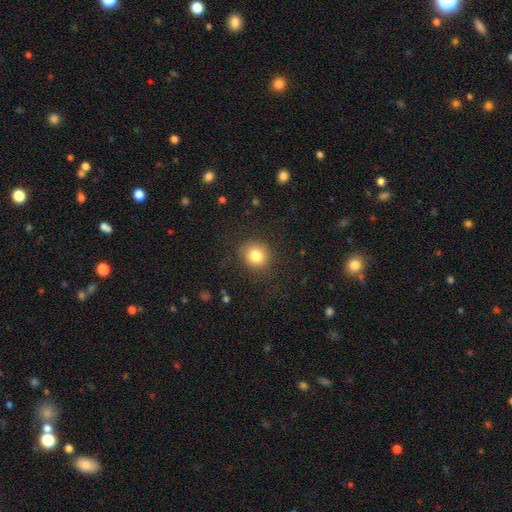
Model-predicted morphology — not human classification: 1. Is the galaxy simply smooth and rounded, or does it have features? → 82% smooth, 10% star or artifact, 8% featured or disk.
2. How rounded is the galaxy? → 83% round, 16% in between, 1% cigar-shaped.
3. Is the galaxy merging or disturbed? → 86% none, 9% minor disturbance, 4% major disturbance, 1% merger.